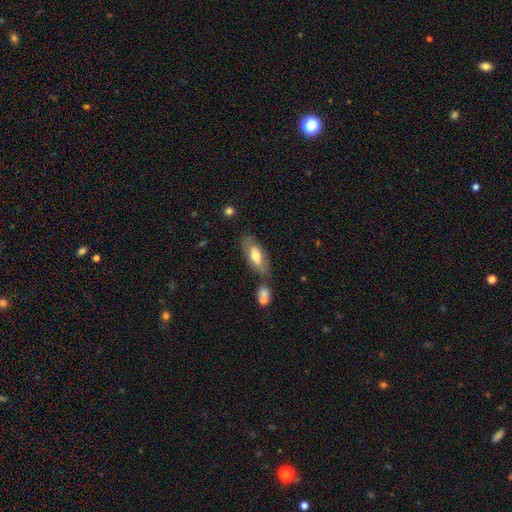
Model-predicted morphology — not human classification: smooth-or-featured: smooth: 63% | featured or disk: 31% | star or artifact: 6%
  how-rounded: in between: 75% | cigar-shaped: 23% | round: 2%
  merging: none: 69% | minor disturbance: 16% | merger: 10% | major disturbance: 5%